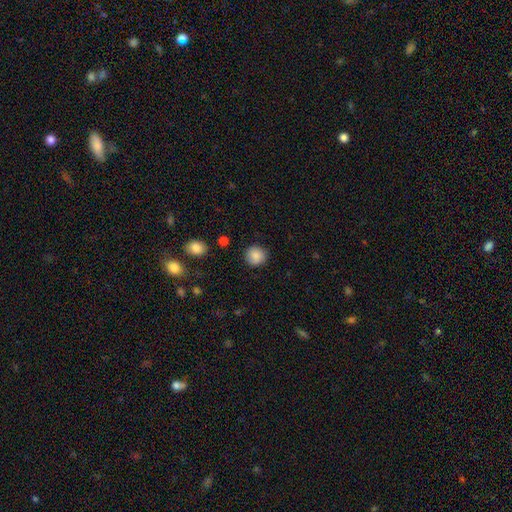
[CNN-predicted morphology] smooth-or-featured: smooth: 87% | star or artifact: 8% | featured or disk: 5%
  how-rounded: round: 90% | in between: 9% | cigar-shaped: 1%
  merging: none: 88% | minor disturbance: 8% | major disturbance: 2% | merger: 1%